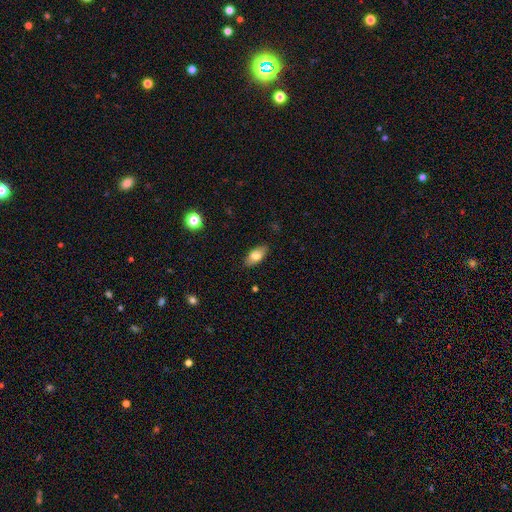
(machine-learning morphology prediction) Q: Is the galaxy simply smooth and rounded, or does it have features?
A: smooth — 77%.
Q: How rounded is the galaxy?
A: in between — 89%.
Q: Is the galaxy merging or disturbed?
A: none — 86%.